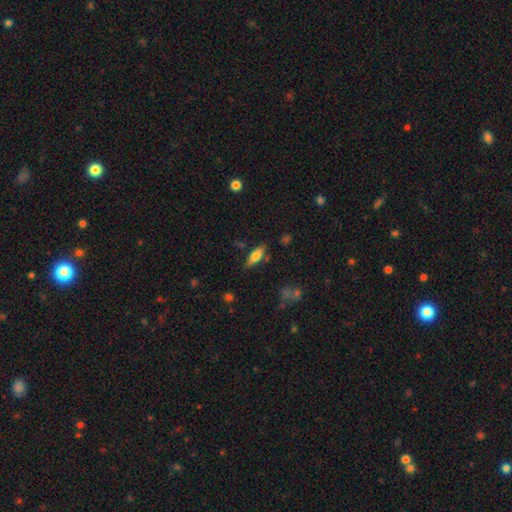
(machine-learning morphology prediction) The model was most divided on "how rounded": in between: 64%, cigar-shaped: 34%, round: 3%. More confident: merging — none (79%); smooth or featured — smooth (63%).